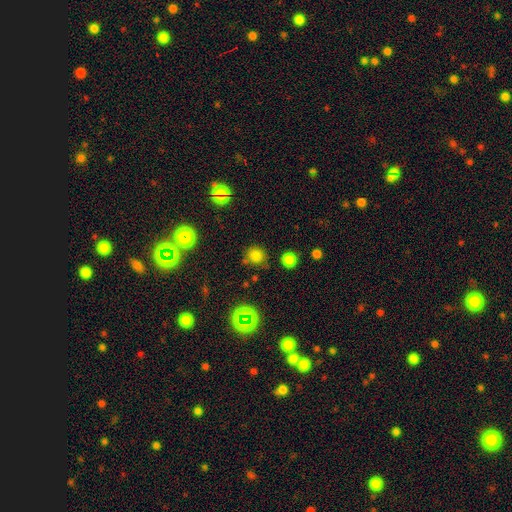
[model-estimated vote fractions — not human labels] smooth_or_featured: smooth (p=0.70) [alt: star or artifact p=0.24]
how_rounded: round (p=0.88) [alt: in between p=0.11]
merging: none (p=0.75) [alt: minor disturbance p=0.14]